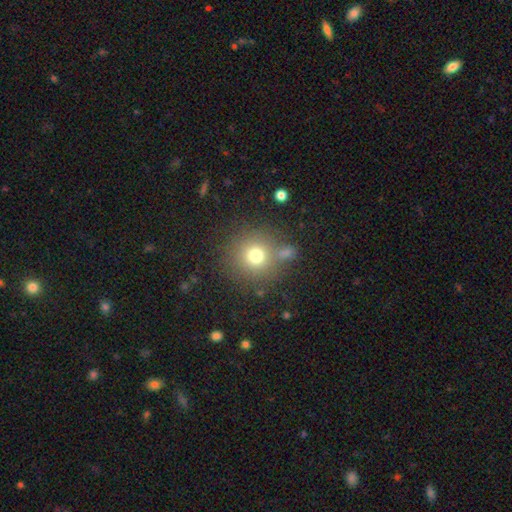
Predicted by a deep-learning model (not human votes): Smooth or featured? Predicted: smooth (p=0.74). How rounded? Predicted: round (p=0.93). Merging? Predicted: none (p=0.77).